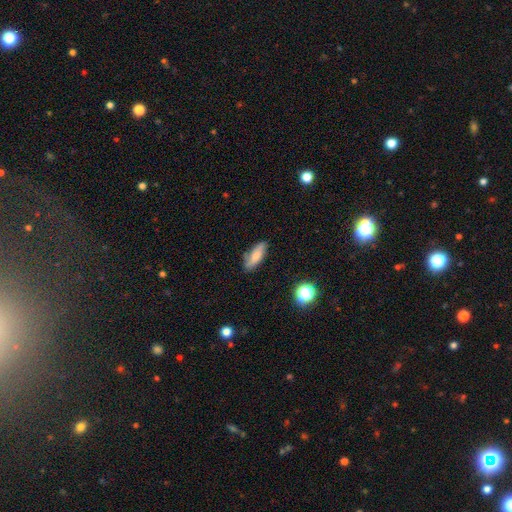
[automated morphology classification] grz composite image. It shows a smooth galaxy with no disk features (68%) that is in between round and cigar-shaped (58%). Merging: none (73%).